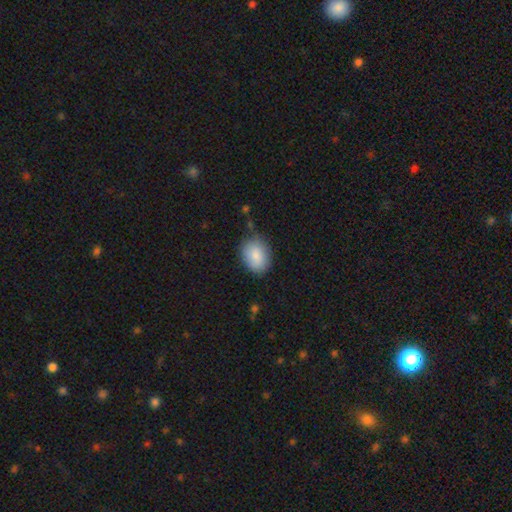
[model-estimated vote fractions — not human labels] Smooth or featured? smooth (86%)
How rounded? in between (65%)
Merging? none (80%)